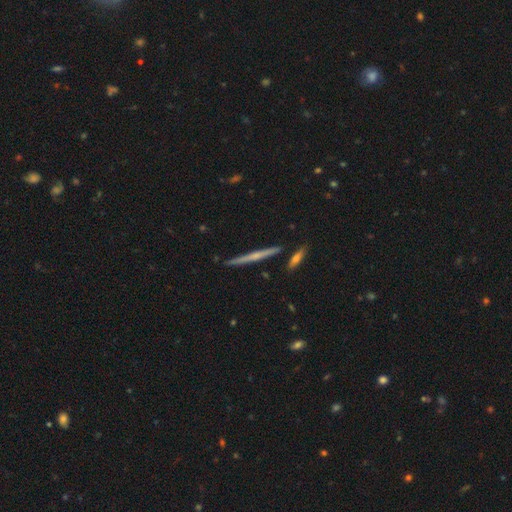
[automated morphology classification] Smooth or featured: featured or disk — 61% (smooth — 32%)
Edge-on disk: yes — 97% (no — 3%)
Edge-on bulge: none — 53% (rounded — 41%)
Merging: none — 88% (minor disturbance — 7%)